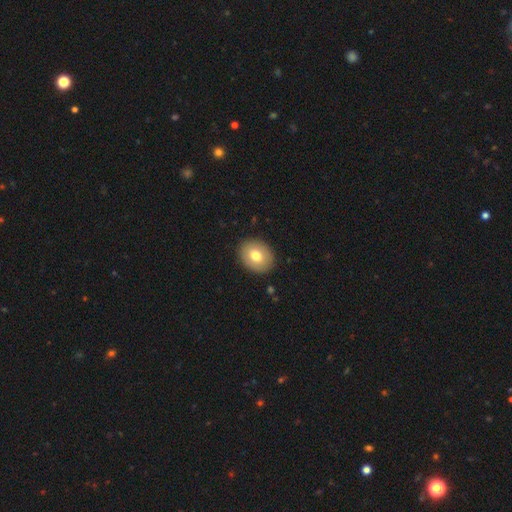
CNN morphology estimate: smooth_or_featured: smooth (p=0.74) [alt: featured or disk p=0.18]
how_rounded: round (p=0.50) [alt: in between p=0.49]
merging: none (p=0.90) [alt: minor disturbance p=0.07]